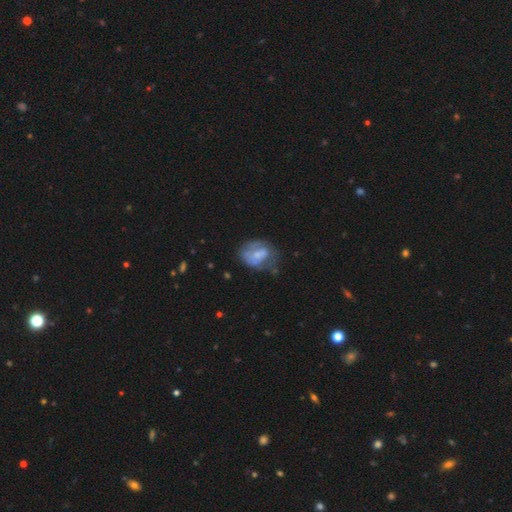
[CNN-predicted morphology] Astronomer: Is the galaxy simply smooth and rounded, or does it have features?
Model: featured or disk — 47% (runner-up: smooth, 45%).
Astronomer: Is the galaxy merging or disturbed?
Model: none — 40% (runner-up: minor disturbance, 30%).